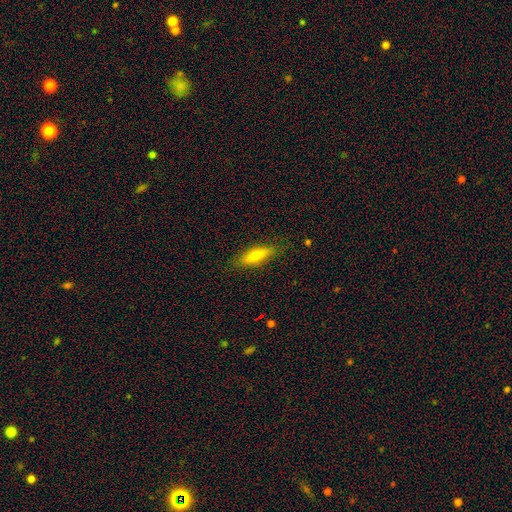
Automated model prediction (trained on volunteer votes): Smooth or featured: smooth — 67% (featured or disk — 26%)
How rounded: cigar-shaped — 56% (in between — 41%)
Merging: none — 84% (minor disturbance — 12%)